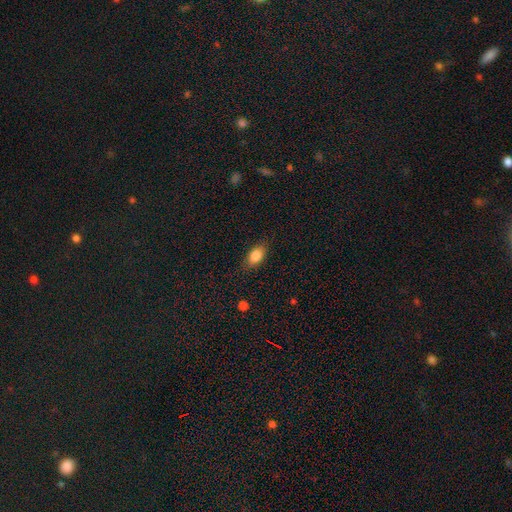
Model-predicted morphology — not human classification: smooth 82%, featured or disk 10%, star or artifact 8%. Down the decision tree: how rounded — in between (85%); merging — none (83%).